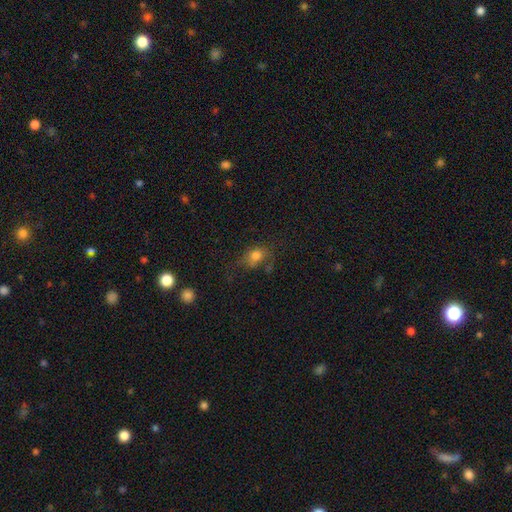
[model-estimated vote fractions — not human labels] Q: Smooth or featured?
A: smooth (75%); runner-up: featured or disk (12%)
Q: How rounded?
A: in between (67%); runner-up: round (31%)
Q: Merging?
A: none (49%); runner-up: minor disturbance (27%)